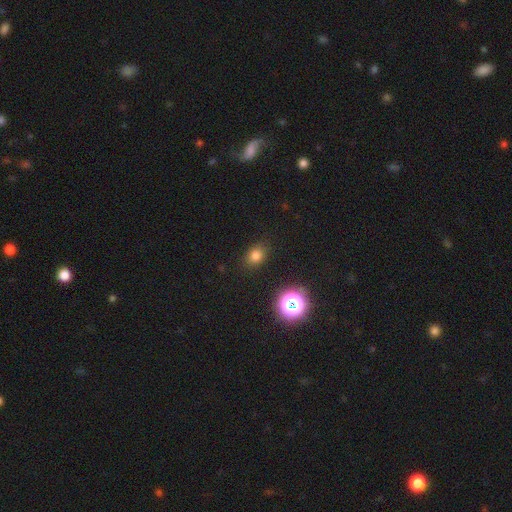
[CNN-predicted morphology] type=smooth (76%); roundness=in between (56%); merging=none (86%).